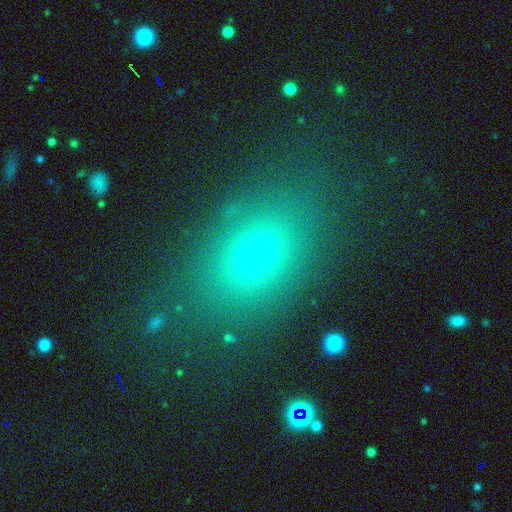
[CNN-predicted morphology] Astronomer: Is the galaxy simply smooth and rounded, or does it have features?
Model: smooth — 66%.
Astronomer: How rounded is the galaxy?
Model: in between — 66%.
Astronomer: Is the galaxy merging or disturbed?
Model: none — 80%.